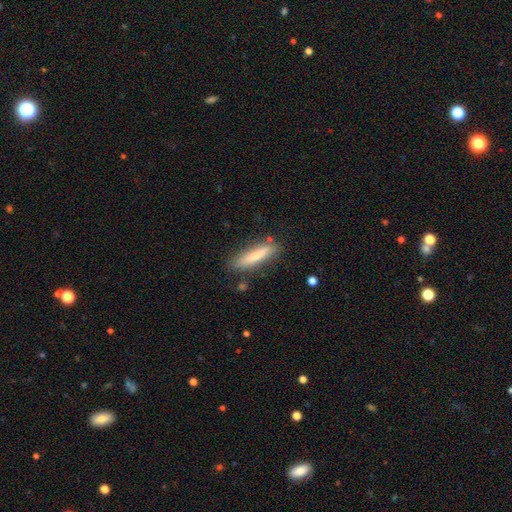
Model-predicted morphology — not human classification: The model was most divided on "smooth or featured": smooth: 75%, featured or disk: 19%, star or artifact: 6%. More confident: how rounded — cigar-shaped (81%); merging — none (80%).